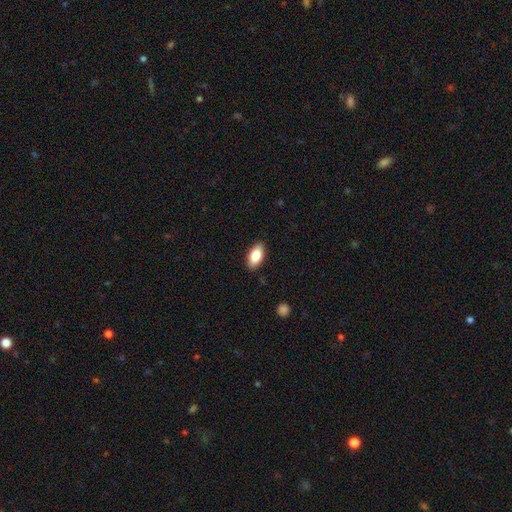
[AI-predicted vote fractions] Morphology: type=smooth (85%); roundness=in between (92%); merging=none (88%).